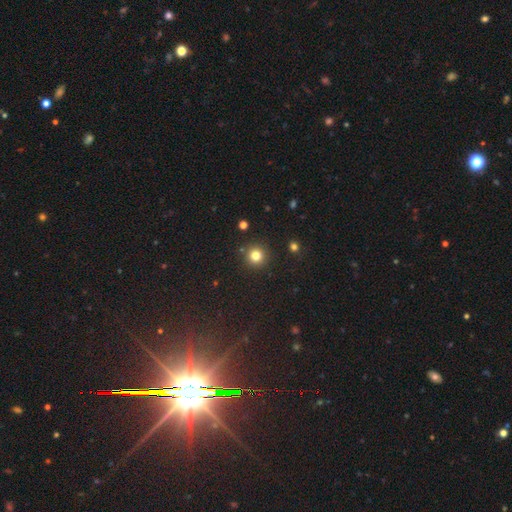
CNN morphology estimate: Overall: smooth (80%). How rounded: round (95%). Merging: none (90%).